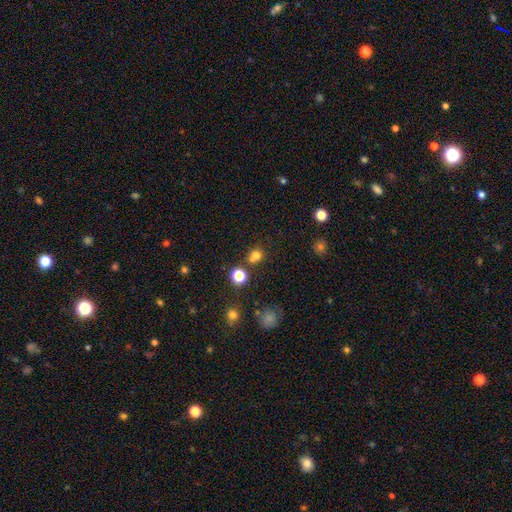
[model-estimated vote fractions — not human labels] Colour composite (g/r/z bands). It shows a smooth galaxy with no disk features (75%) that is round (81%). Merging: none (57%).